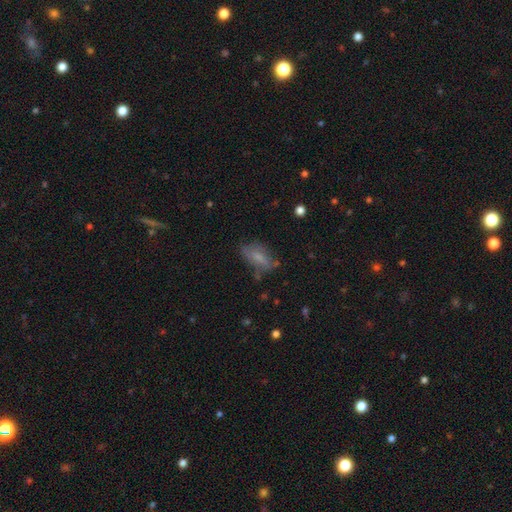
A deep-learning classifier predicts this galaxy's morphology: A smooth galaxy with no disk features (56%) that is in between round and cigar-shaped (81%).

Vote fractions:
- Smooth or featured? smooth: 56% / featured or disk: 30% / star or artifact: 14%
- How rounded? in between: 81% / cigar-shaped: 13% / round: 5%
- Merging? none: 58% / minor disturbance: 26% / major disturbance: 13% / merger: 3%